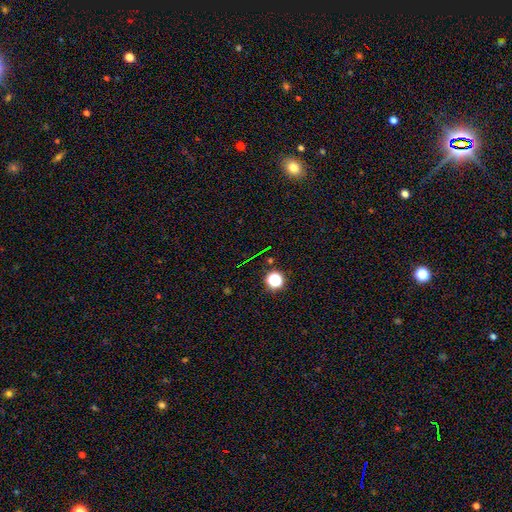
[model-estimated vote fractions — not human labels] star or artifact 69%, smooth 21%, featured or disk 10%.